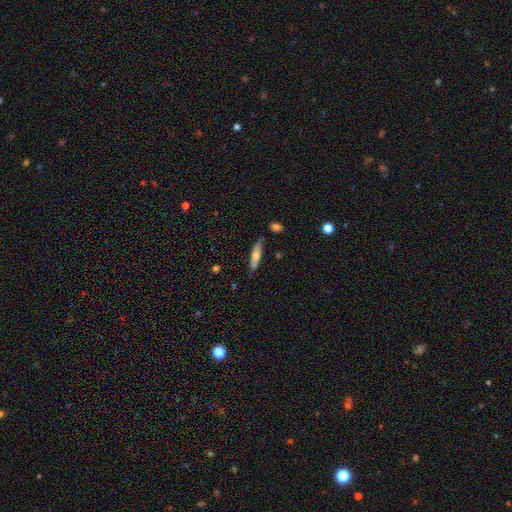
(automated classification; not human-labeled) smooth 62%, featured or disk 32%, star or artifact 6%. Down the decision tree: how rounded — cigar-shaped (70%); merging — none (79%).